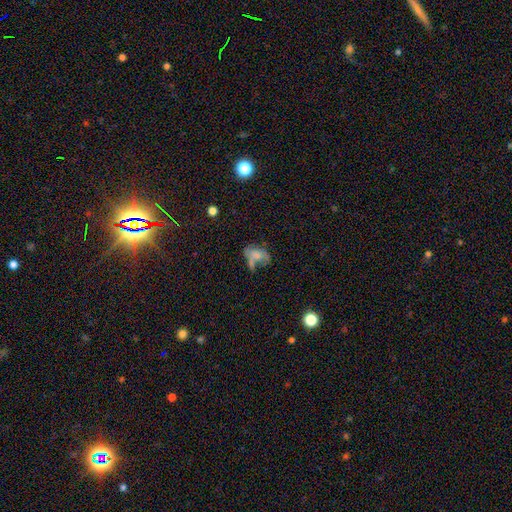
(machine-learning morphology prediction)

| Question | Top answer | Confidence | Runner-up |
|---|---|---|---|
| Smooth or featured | smooth | 56% | featured or disk (30%) |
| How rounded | in between | 86% | round (11%) |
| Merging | none | 27% | tied: major disturbance (27%) |